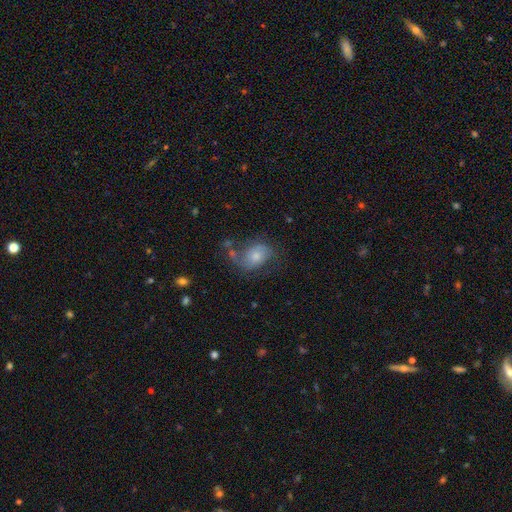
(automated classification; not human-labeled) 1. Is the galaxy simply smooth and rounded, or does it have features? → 49% featured or disk, 41% smooth, 9% star or artifact.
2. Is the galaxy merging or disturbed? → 49% none, 25% minor disturbance, 19% major disturbance, 6% merger.